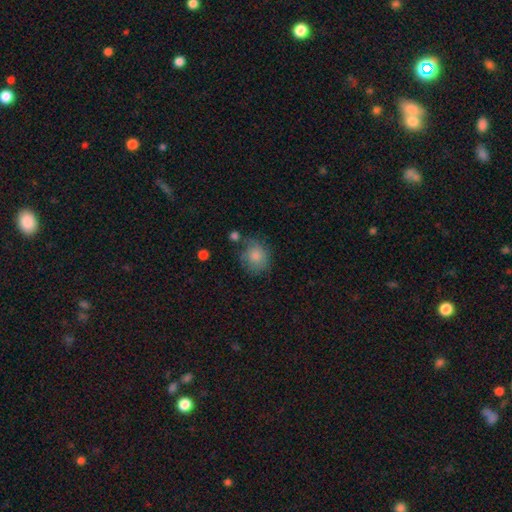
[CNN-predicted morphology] Smooth or featured?
  - smooth: 80% *
  - featured or disk: 12%
  - star or artifact: 8%
How rounded?
  - round: 79% *
  - in between: 20%
  - cigar-shaped: 1%
Merging?
  - none: 56% *
  - minor disturbance: 25%
  - major disturbance: 11%
  - merger: 7%